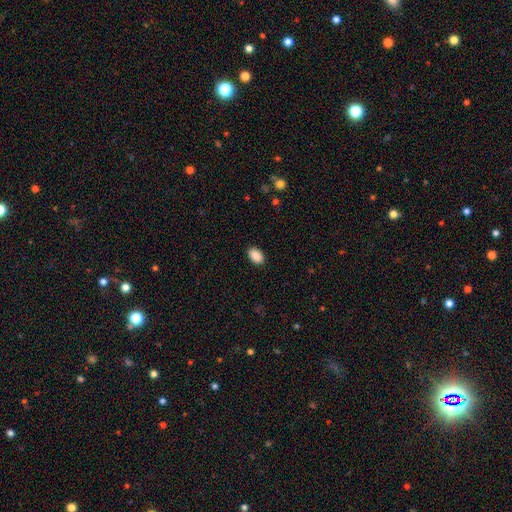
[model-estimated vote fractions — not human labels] Smooth or featured? Predicted: smooth (p=0.90). How rounded? Predicted: in between (p=0.90). Merging? Predicted: none (p=0.89).